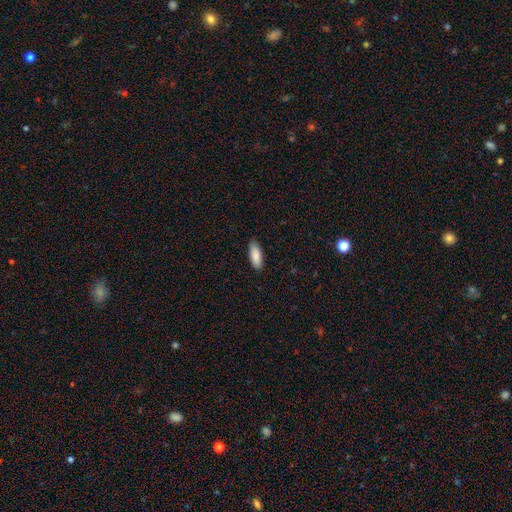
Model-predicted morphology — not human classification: Smooth or featured?
  - smooth: 88% *
  - featured or disk: 6%
  - star or artifact: 6%
How rounded?
  - in between: 72% *
  - cigar-shaped: 27%
  - round: 2%
Merging?
  - none: 88% *
  - minor disturbance: 9%
  - major disturbance: 2%
  - merger: 1%